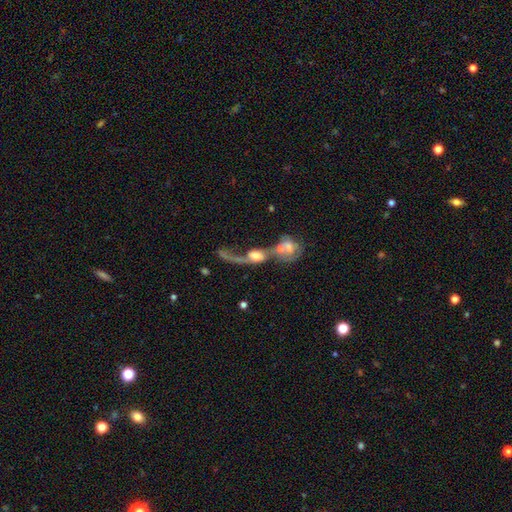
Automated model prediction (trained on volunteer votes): A featured or disk galaxy (59%) with no bar (62%), spiral arms (71%) and a moderate central bulge (40%).

Vote fractions:
- Smooth or featured? featured or disk: 59% / smooth: 30% / star or artifact: 10%
- Edge-on disk? no: 88% / yes: 12%
- Bar? no: 62% / weak: 29% / strong: 10%
- Spiral arms? yes: 71% / no: 29%
- Bulge size? moderate: 40% / large: 27% / small: 17% / none: 10% / dominant: 6%
- Merging? merger: 66% / major disturbance: 18% / none: 11% / minor disturbance: 6%